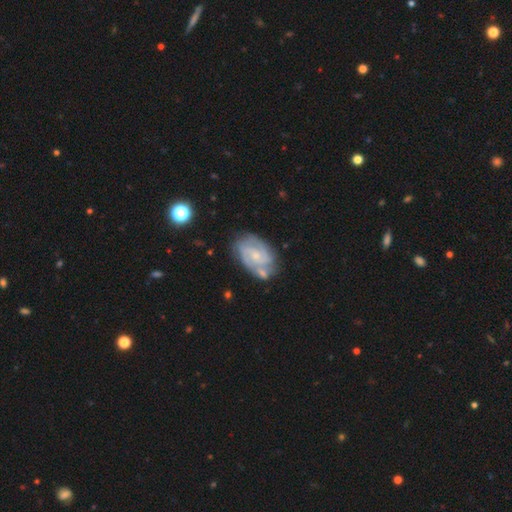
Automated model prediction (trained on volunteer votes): Smooth or featured: featured or disk — 82% (smooth — 13%)
Edge-on disk: no — 97% (yes — 3%)
Bar: no — 51% (weak — 42%)
Spiral arms: yes — 94% (no — 6%)
Spiral winding: tight — 47% (medium — 43%)
Spiral arm count: 2 — 53% (3 — 19%)
Bulge size: small — 61% (moderate — 29%)
Merging: none — 64% (minor disturbance — 20%)